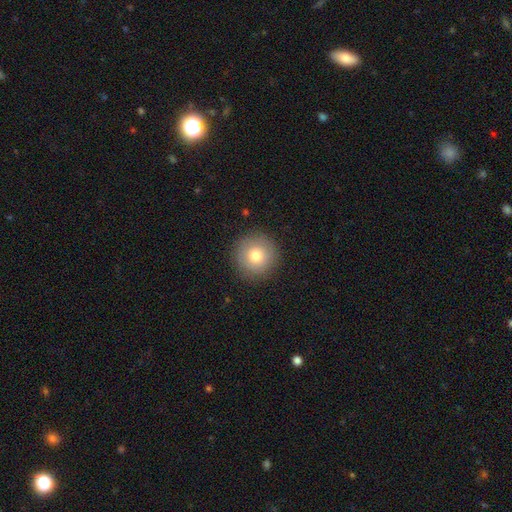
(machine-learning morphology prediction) Smooth or featured?
  - smooth: 77% *
  - featured or disk: 13%
  - star or artifact: 10%
How rounded?
  - round: 96% *
  - in between: 3%
  - cigar-shaped: 1%
Merging?
  - none: 90% *
  - minor disturbance: 7%
  - major disturbance: 2%
  - merger: 1%